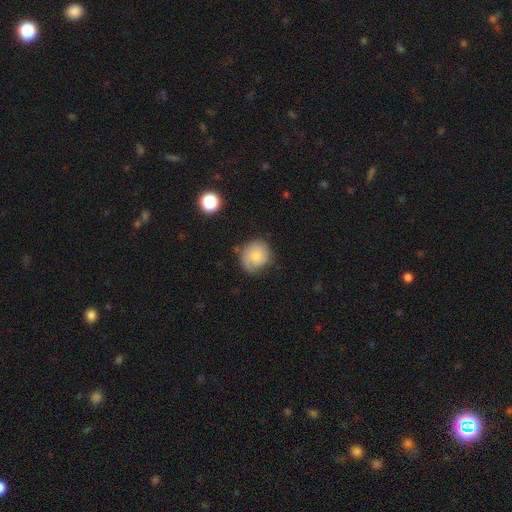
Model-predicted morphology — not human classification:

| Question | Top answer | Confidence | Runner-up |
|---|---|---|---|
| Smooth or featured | smooth | 66% | featured or disk (25%) |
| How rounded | round | 82% | in between (17%) |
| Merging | none | 67% | minor disturbance (24%) |